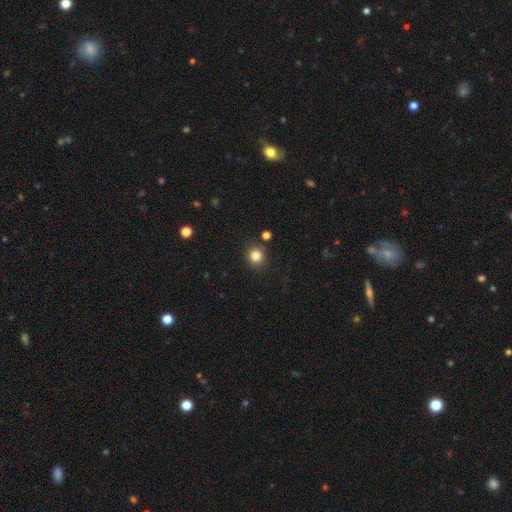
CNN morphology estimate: Q: Smooth or featured?
A: smooth (83%); runner-up: star or artifact (12%)
Q: How rounded?
A: round (82%); runner-up: in between (17%)
Q: Merging?
A: none (85%); runner-up: minor disturbance (9%)